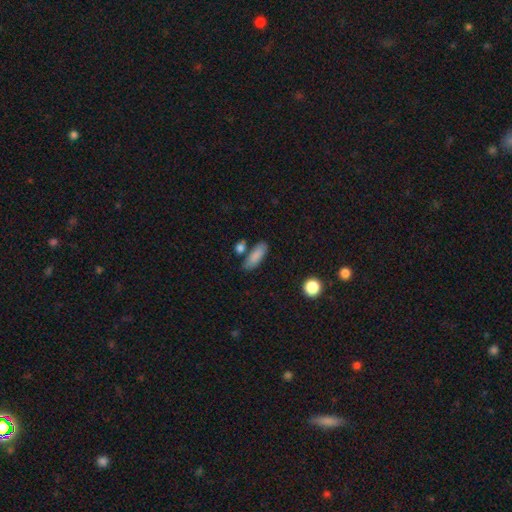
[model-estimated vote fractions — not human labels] Smooth or featured?
  - smooth: 85% *
  - featured or disk: 8%
  - star or artifact: 7%
How rounded?
  - in between: 65% *
  - cigar-shaped: 32%
  - round: 3%
Merging?
  - none: 73% *
  - minor disturbance: 14%
  - merger: 10%
  - major disturbance: 4%